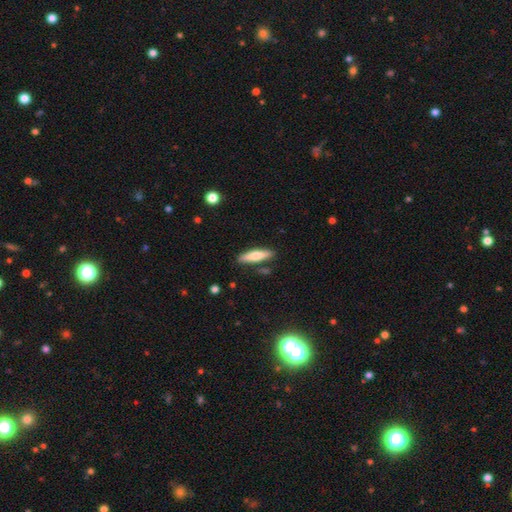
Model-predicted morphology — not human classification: Smooth or featured?
  - smooth: 68% *
  - featured or disk: 26%
  - star or artifact: 6%
How rounded?
  - cigar-shaped: 74% *
  - in between: 25%
  - round: 2%
Merging?
  - none: 83% *
  - minor disturbance: 11%
  - merger: 4%
  - major disturbance: 2%